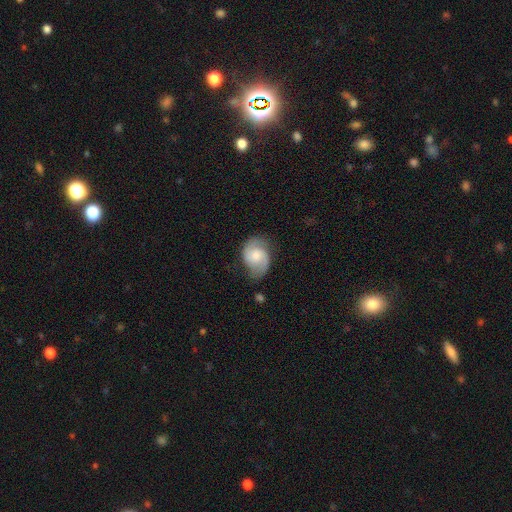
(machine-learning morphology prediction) Overall: featured or disk (68%). Edge-on disk: no (98%). Bar: no (57%; weak 38%). Spiral arms: yes (94%). Spiral arm count: 2 (88%). Spiral winding: medium (50%; loose 27%). Bulge size: moderate (41%; small 27%). Merging: none (64%; minor disturbance 25%).